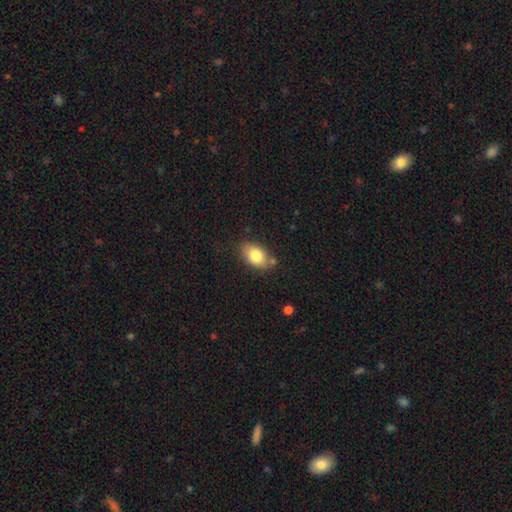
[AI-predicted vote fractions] Morphology: type=smooth (82%); roundness=in between (87%); merging=none (74%).